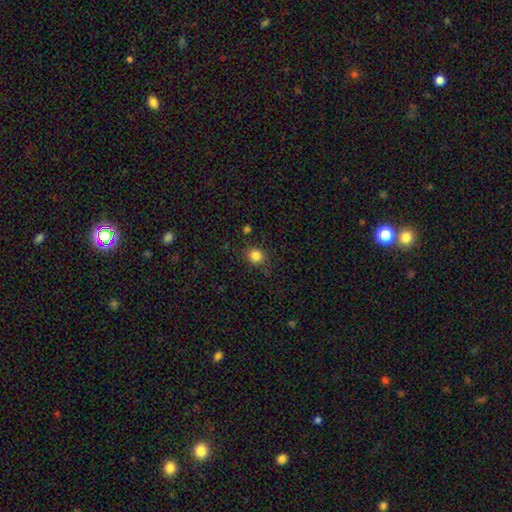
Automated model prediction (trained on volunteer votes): Morphology: type=smooth (84%); roundness=round (80%); merging=none (82%).